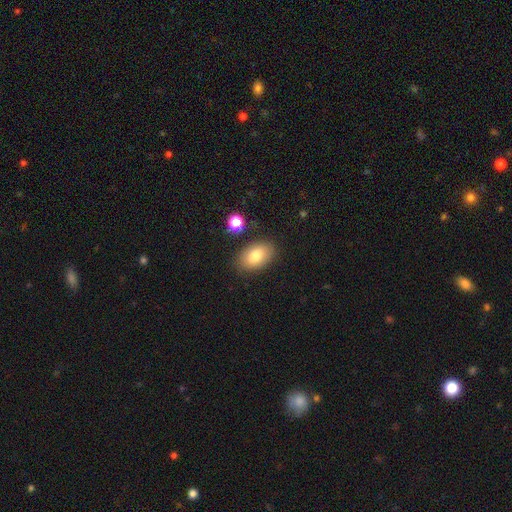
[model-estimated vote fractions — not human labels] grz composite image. It shows a smooth galaxy with no disk features (79%) that is in between round and cigar-shaped (90%). Merging: none (84%).